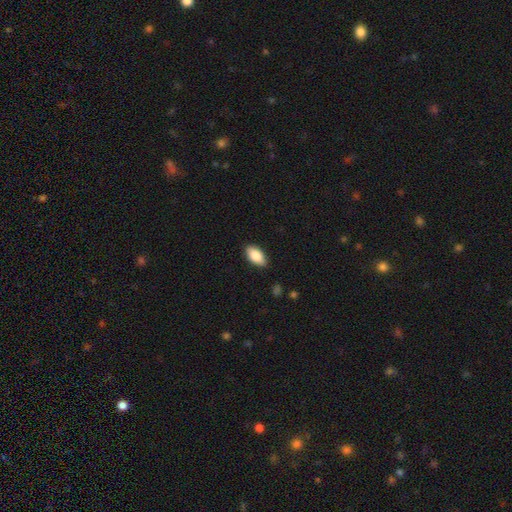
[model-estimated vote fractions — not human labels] Smooth or featured? Predicted: smooth (p=0.85). How rounded? Predicted: in between (p=0.92). Merging? Predicted: none (p=0.87).